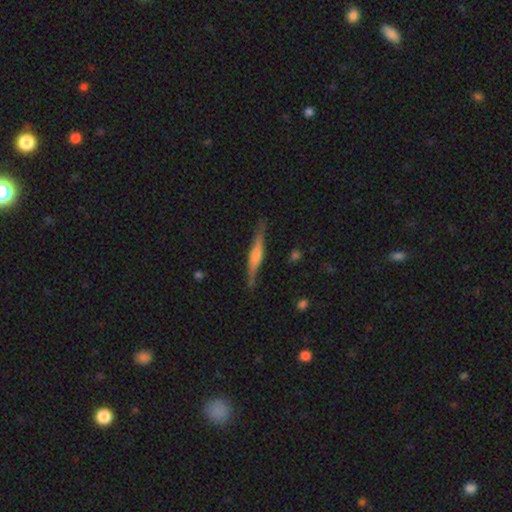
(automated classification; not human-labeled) smooth_or_featured: featured or disk (p=0.69) [alt: smooth p=0.24]
disk_edge_on: yes (p=0.97) [alt: no p=0.03]
edge_on_bulge: rounded (p=0.69) [alt: boxy p=0.19]
merging: none (p=0.86) [alt: minor disturbance p=0.10]